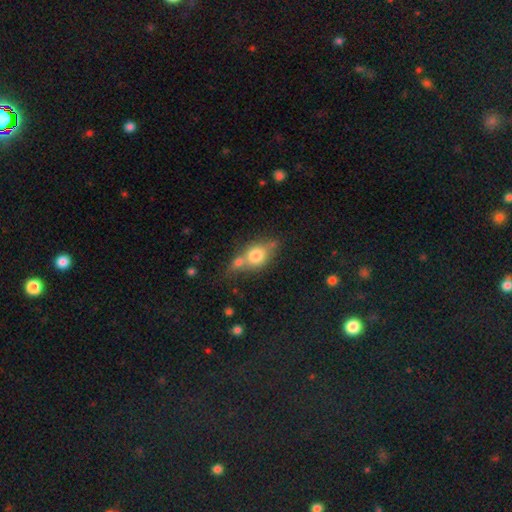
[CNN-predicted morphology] This appears to be a smooth galaxy with no disk features (70%) that is in between round and cigar-shaped (51%). Merging: merger (40%).